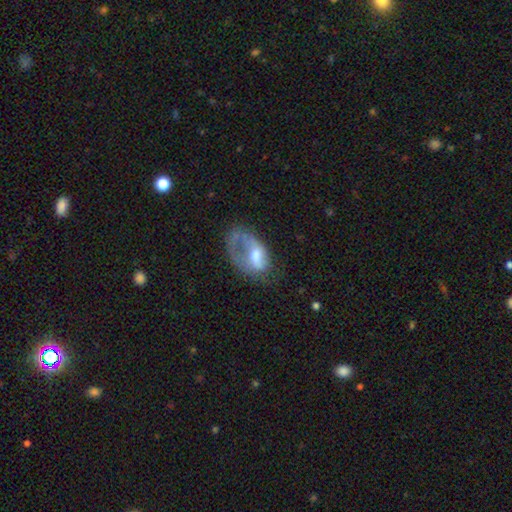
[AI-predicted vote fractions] Smooth or featured: featured or disk — 50% (smooth — 42%)
Edge-on disk: no — 95% (yes — 5%)
Merging: major disturbance — 46% (none — 27%)